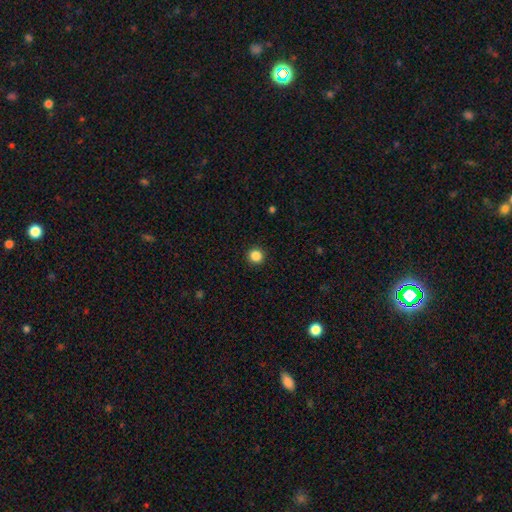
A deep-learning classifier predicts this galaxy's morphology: Smooth or featured? smooth (86%)
How rounded? round (93%)
Merging? none (93%)